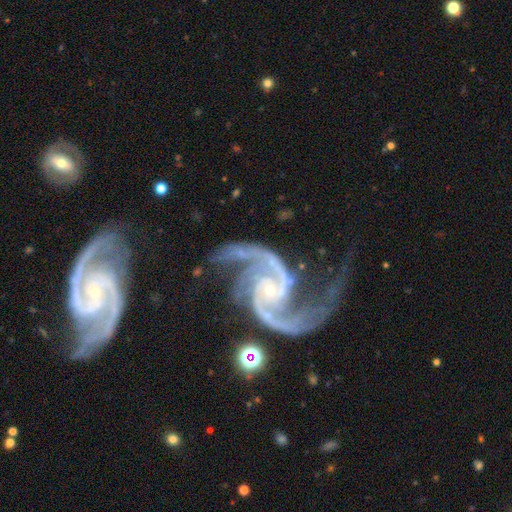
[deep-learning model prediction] Smooth or featured?
  - featured or disk: 94% *
  - star or artifact: 4%
  - smooth: 2%
Edge-on disk?
  - no: 98% *
  - yes: 2%
Bar?
  - no: 44% *
  - weak: 38%
  - strong: 18%
Spiral arms?
  - yes: 99% *
  - no: 1%
Spiral winding?
  - medium: 54% *
  - loose: 33%
  - tight: 13%
Spiral arm count?
  - 2: 93% *
  - 3: 2%
  - can't tell: 2%
  - 1: 1%
  - 4: 1%
  - more than 4: 1%
Bulge size?
  - small: 73% *
  - moderate: 18%
  - none: 6%
  - large: 2%
  - dominant: 1%
Merging?
  - none: 56% *
  - minor disturbance: 19%
  - major disturbance: 14%
  - merger: 12%